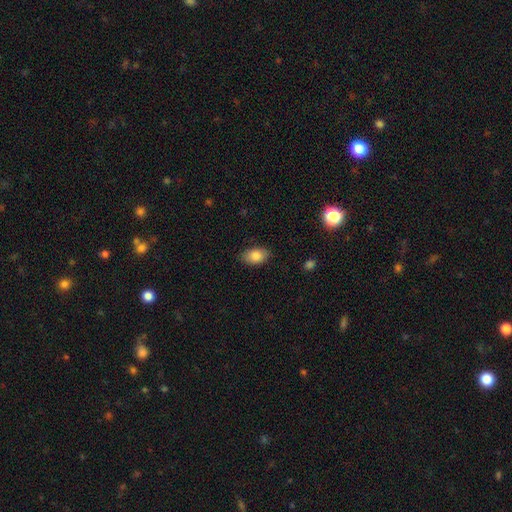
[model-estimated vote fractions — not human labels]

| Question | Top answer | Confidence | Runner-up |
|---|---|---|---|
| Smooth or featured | smooth | 86% | star or artifact (7%) |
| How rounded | in between | 90% | round (9%) |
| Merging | none | 81% | minor disturbance (15%) |